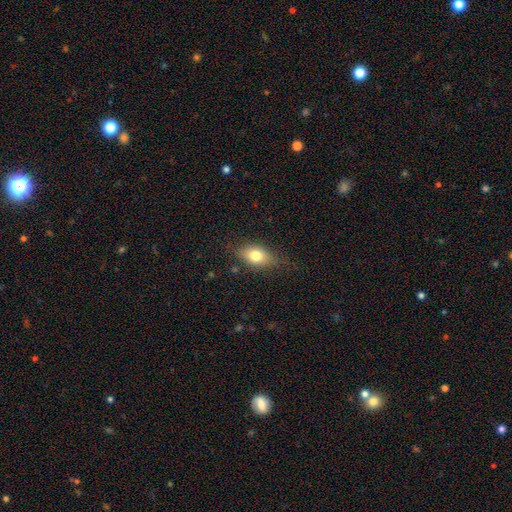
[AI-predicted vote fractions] The model was most divided on "merging": none: 75%, minor disturbance: 19%, major disturbance: 5%, merger: 1%. More confident: how rounded — in between (76%); smooth or featured — smooth (76%).